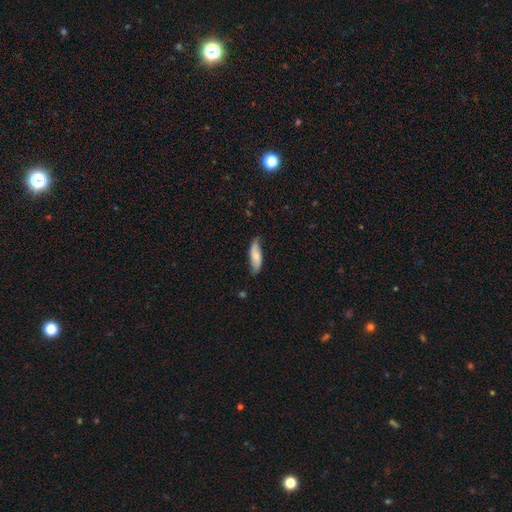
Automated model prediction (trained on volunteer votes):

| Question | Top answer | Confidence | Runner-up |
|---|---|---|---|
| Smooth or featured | smooth | 59% | featured or disk (35%) |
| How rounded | in between | 59% | cigar-shaped (38%) |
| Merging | none | 73% | minor disturbance (22%) |